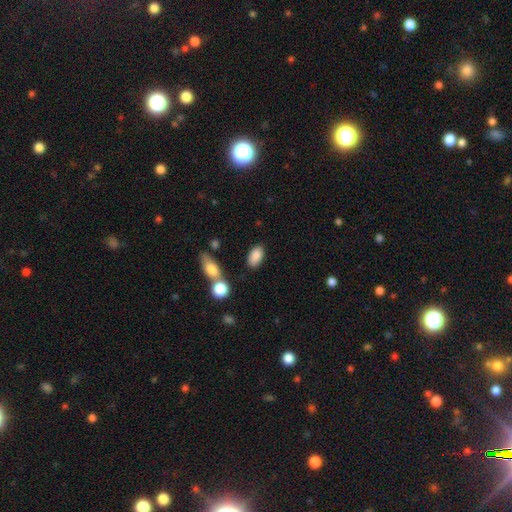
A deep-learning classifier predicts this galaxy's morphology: Smooth or featured? smooth (87%)
How rounded? in between (92%)
Merging? none (77%)